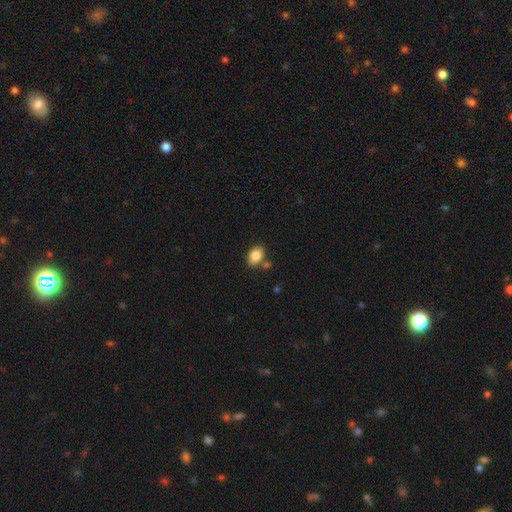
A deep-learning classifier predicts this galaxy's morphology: smooth 85%, star or artifact 8%, featured or disk 7%. Down the decision tree: how rounded — in between (82%); merging — none (76%).